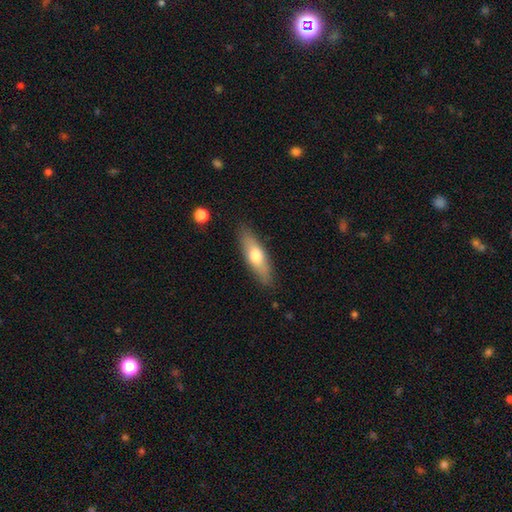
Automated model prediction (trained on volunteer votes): Q: Smooth or featured?
A: smooth (61%); runner-up: featured or disk (33%)
Q: How rounded?
A: cigar-shaped (52%); runner-up: in between (46%)
Q: Merging?
A: none (86%); runner-up: minor disturbance (11%)